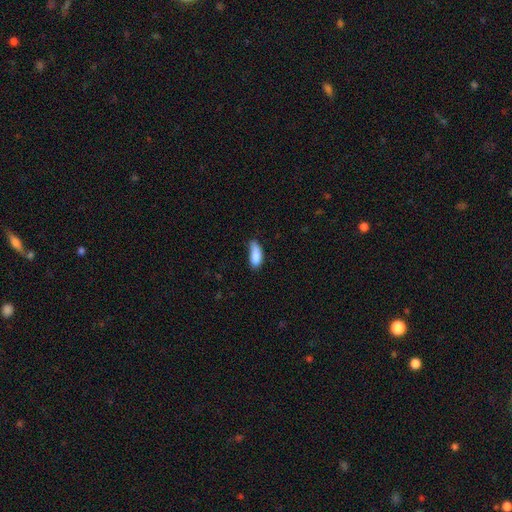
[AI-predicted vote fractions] A smooth galaxy with no disk features (85%) that is in between round and cigar-shaped (78%). Merging: none (45%).